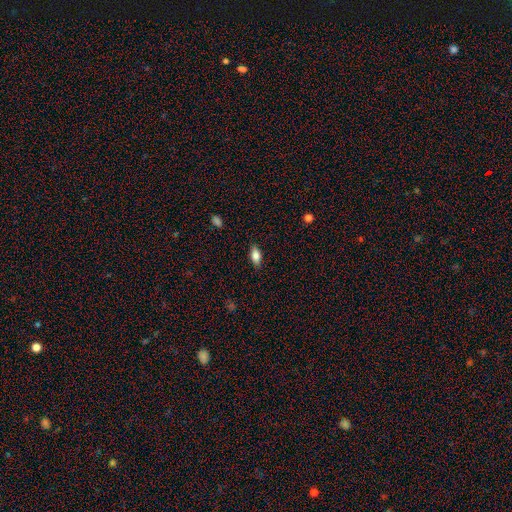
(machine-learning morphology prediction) smooth-or-featured: smooth: 81% | featured or disk: 11% | star or artifact: 8%
  how-rounded: in between: 86% | cigar-shaped: 10% | round: 4%
  merging: none: 87% | minor disturbance: 10% | major disturbance: 2% | merger: 1%